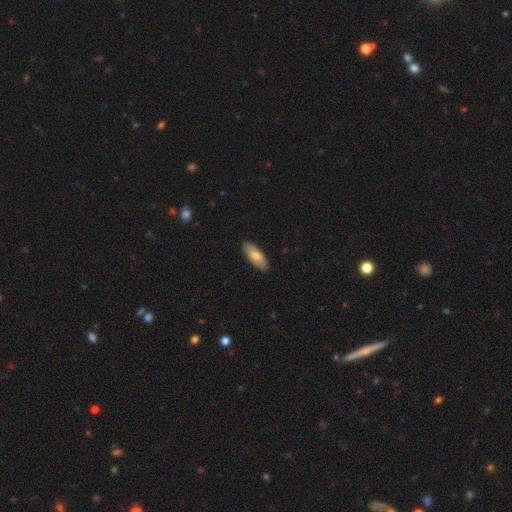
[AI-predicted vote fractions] A smooth galaxy with no disk features (70%) that is in between round and cigar-shaped (79%). Merging: none (88%).